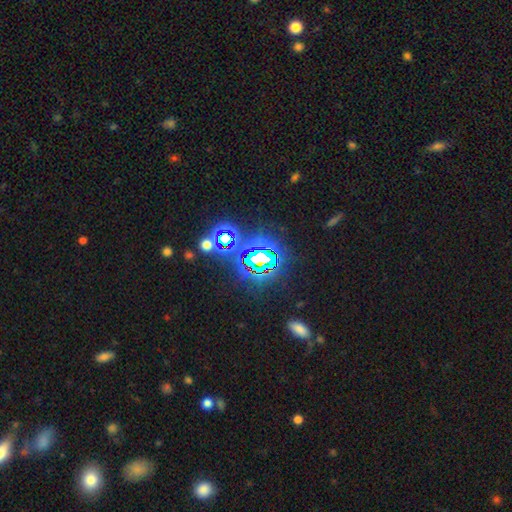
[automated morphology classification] smooth-or-featured: star or artifact: 76% | smooth: 14% | featured or disk: 10%